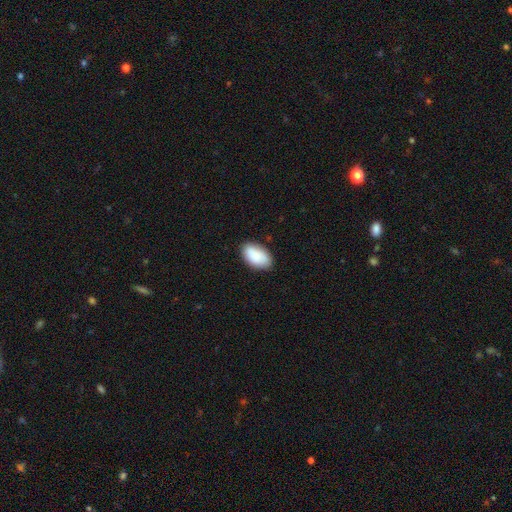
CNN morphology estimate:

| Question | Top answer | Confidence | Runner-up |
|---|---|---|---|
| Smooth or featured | smooth | 87% | featured or disk (7%) |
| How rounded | in between | 95% | round (4%) |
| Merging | none | 85% | minor disturbance (12%) |